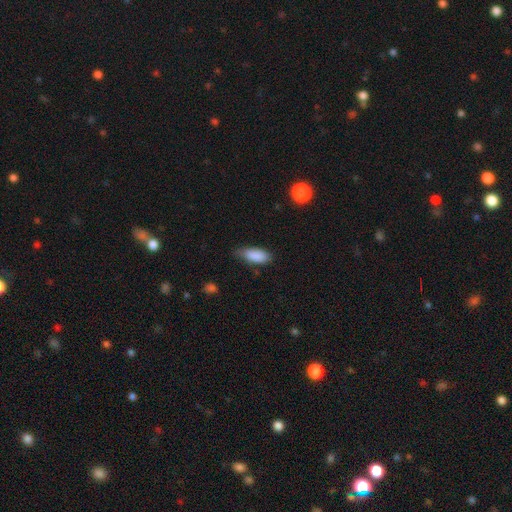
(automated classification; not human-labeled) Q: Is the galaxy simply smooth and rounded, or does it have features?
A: smooth — 88%.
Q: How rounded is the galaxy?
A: in between — 82%.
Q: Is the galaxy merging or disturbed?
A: none — 63%.